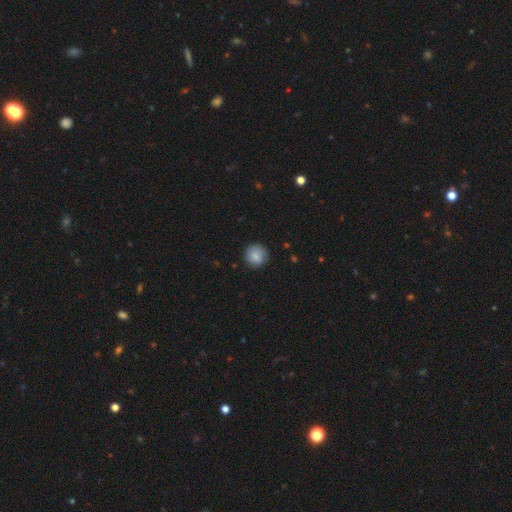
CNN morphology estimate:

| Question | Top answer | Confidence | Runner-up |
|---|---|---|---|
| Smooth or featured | smooth | 85% | star or artifact (8%) |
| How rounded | round | 93% | in between (6%) |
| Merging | none | 87% | minor disturbance (9%) |